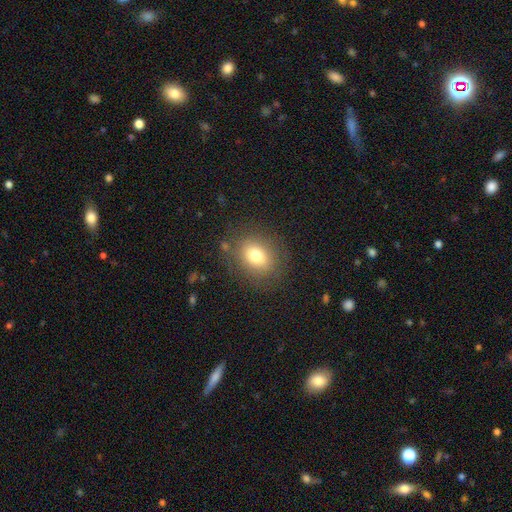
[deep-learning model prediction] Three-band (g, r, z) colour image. It shows a smooth galaxy with no disk features (76%) that is round (53%). Merging: none (82%).